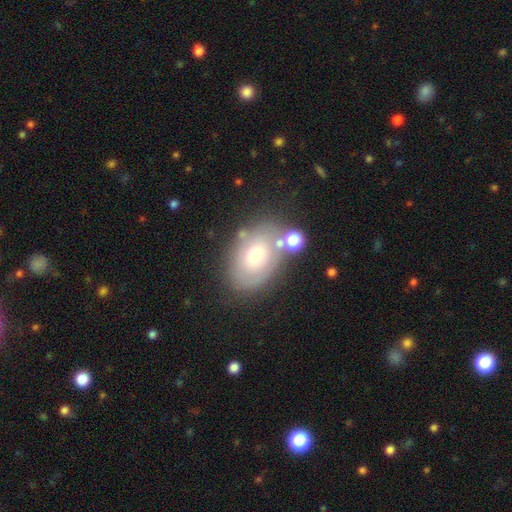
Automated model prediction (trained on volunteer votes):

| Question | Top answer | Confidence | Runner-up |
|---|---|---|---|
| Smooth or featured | smooth | 49% | featured or disk (39%) |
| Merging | none | 67% | minor disturbance (17%) |